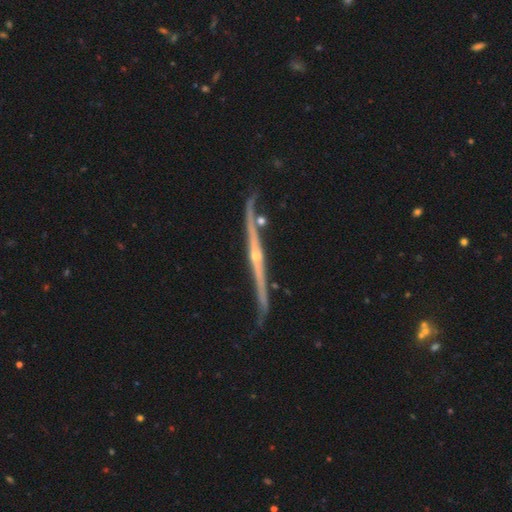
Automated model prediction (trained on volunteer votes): Smooth or featured?
  - featured or disk: 88% *
  - smooth: 7%
  - star or artifact: 5%
Edge-on disk?
  - yes: 96% *
  - no: 4%
Edge-on bulge?
  - rounded: 82% *
  - none: 14%
  - boxy: 4%
Merging?
  - none: 66% *
  - minor disturbance: 20%
  - merger: 8%
  - major disturbance: 5%